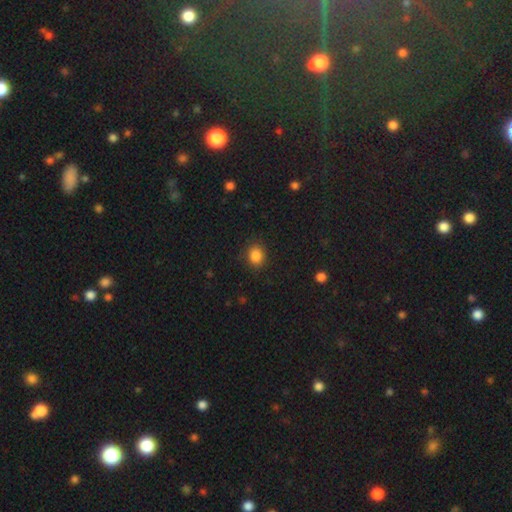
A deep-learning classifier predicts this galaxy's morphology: smooth 86%, star or artifact 11%, featured or disk 4%. Down the decision tree: how rounded — round (68%); merging — none (86%).